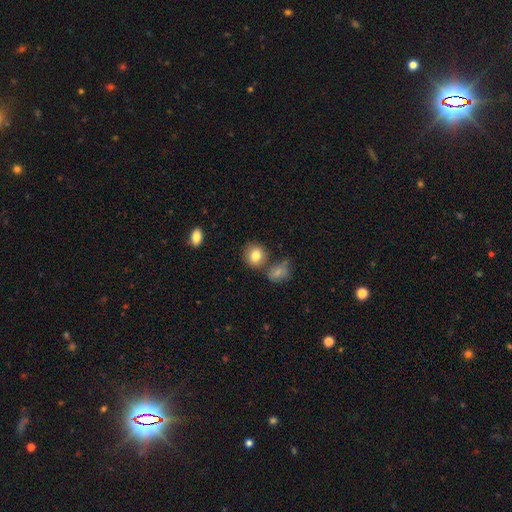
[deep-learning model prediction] The model was most divided on "how rounded": round: 77%, in between: 22%, cigar-shaped: 1%. More confident: smooth or featured — smooth (82%); merging — none (72%).